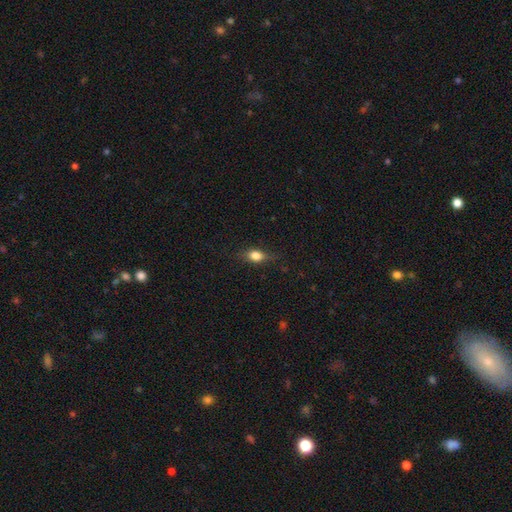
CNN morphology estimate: A smooth galaxy with no disk features (76%) that is in between round and cigar-shaped (70%). Merging: none (77%).